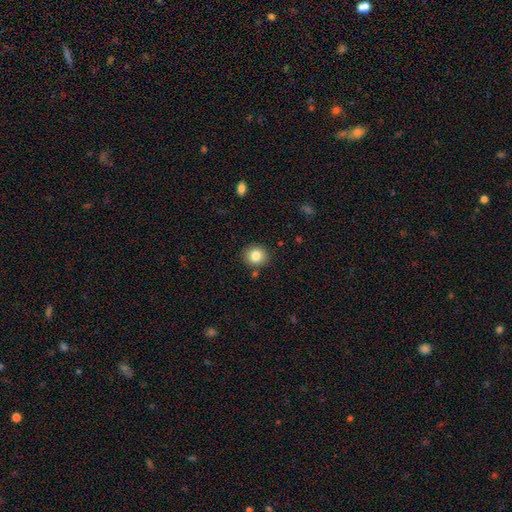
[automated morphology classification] A smooth galaxy with no disk features (83%) that is round (84%). Merging: none (87%).